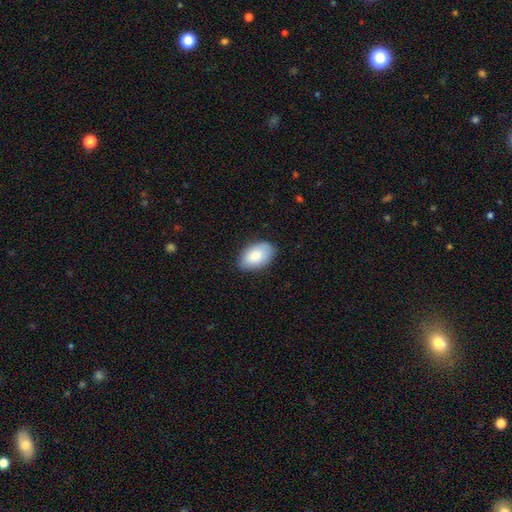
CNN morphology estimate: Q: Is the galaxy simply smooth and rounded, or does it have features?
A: smooth — 85%.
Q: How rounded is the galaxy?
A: in between — 93%.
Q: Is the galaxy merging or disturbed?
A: none — 83%.